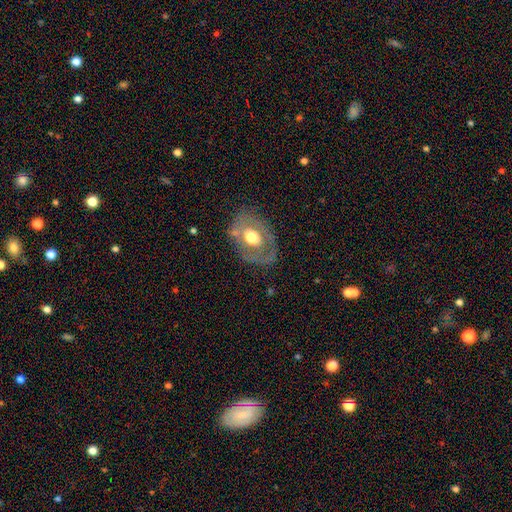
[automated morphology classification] This appears to be a featured or disk galaxy (62%) with no bar (79%), no spiral arms (67%) and a moderate central bulge (68%). Merging: none (69%).